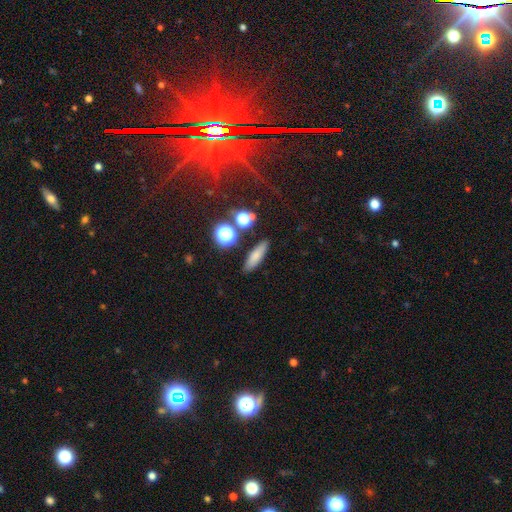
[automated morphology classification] This is likely a smooth galaxy (73%). How rounded: likely cigar-shaped (60%). Merging: clearly none (85%).